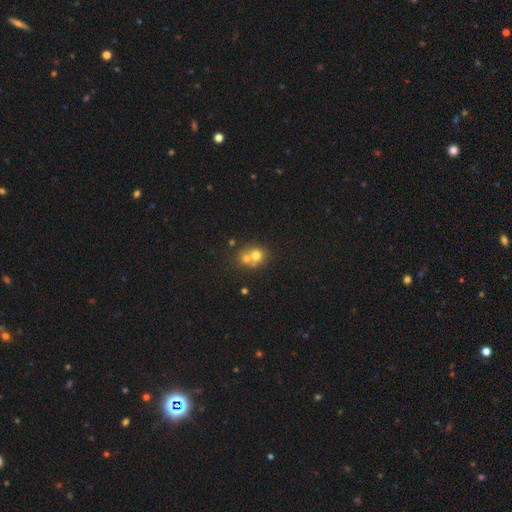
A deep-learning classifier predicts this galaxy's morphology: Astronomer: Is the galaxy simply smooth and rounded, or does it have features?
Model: smooth — 67%.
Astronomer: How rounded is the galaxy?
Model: round — 79%.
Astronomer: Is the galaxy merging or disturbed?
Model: merger — 57% (runner-up: none, 35%).